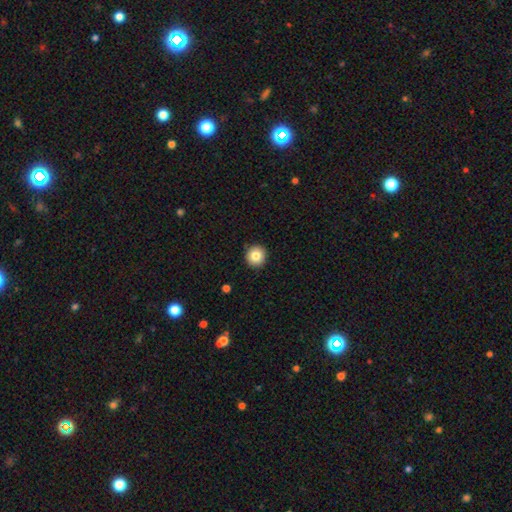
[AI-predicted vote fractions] Smooth or featured?
  - smooth: 84% *
  - star or artifact: 9%
  - featured or disk: 7%
How rounded?
  - round: 95% *
  - in between: 4%
  - cigar-shaped: 1%
Merging?
  - none: 92% *
  - minor disturbance: 6%
  - major disturbance: 1%
  - merger: 1%